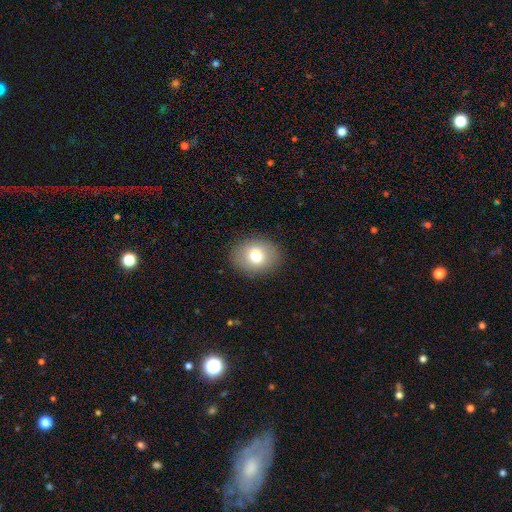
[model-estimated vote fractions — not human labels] Smooth or featured: smooth — 76% (featured or disk — 15%)
How rounded: in between — 51% (round — 48%)
Merging: none — 89% (minor disturbance — 8%)